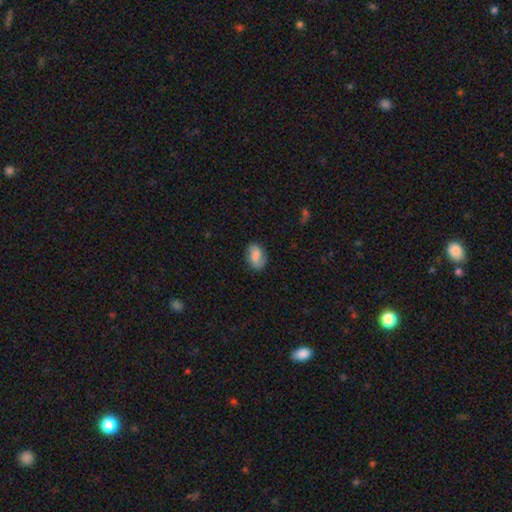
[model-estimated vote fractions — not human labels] This appears to be a smooth galaxy with no disk features (63%) that is in between round and cigar-shaped (84%). Merging: none (76%).